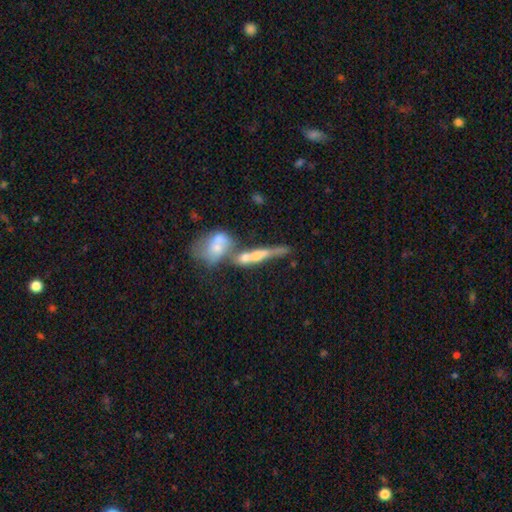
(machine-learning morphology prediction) Q: Smooth or featured?
A: featured or disk (60%); runner-up: smooth (28%)
Q: Edge-on disk?
A: yes (75%); runner-up: no (25%)
Q: Merging?
A: merger (46%); runner-up: none (38%)